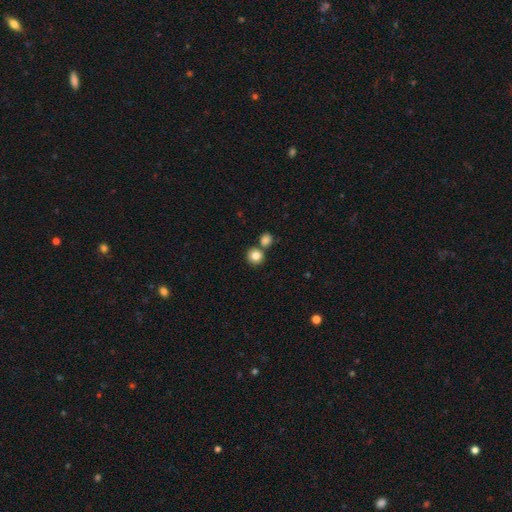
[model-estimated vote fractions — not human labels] The model was most divided on "merging": none: 68%, merger: 22%, minor disturbance: 7%, major disturbance: 2%. More confident: how rounded — round (90%); smooth or featured — smooth (83%).